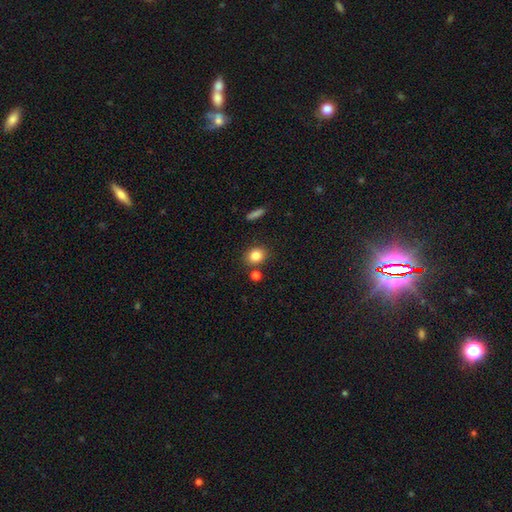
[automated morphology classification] A smooth galaxy with no disk features (84%) that is round (62%). Merging: none (79%).